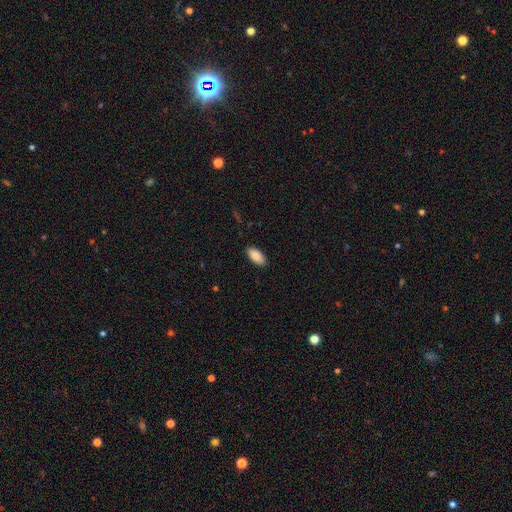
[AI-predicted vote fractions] Q: Smooth or featured?
A: smooth (90%); runner-up: star or artifact (6%)
Q: How rounded?
A: in between (93%); runner-up: cigar-shaped (5%)
Q: Merging?
A: none (89%); runner-up: minor disturbance (8%)